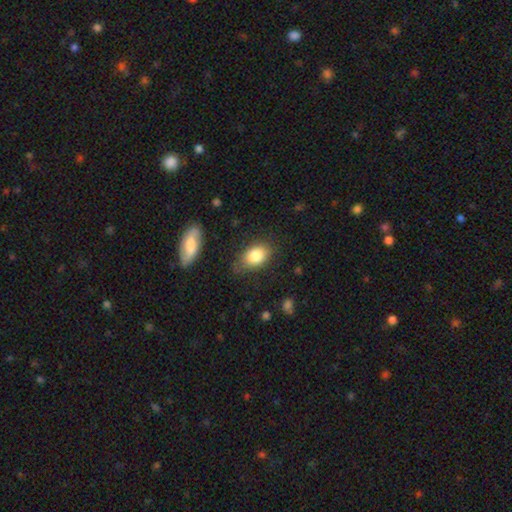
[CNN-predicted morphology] A smooth galaxy with no disk features (83%) that is in between round and cigar-shaped (83%).

Vote fractions:
- Smooth or featured? smooth: 83% / featured or disk: 10% / star or artifact: 7%
- How rounded? in between: 83% / round: 15% / cigar-shaped: 2%
- Merging? none: 70% / minor disturbance: 22% / major disturbance: 5% / merger: 3%